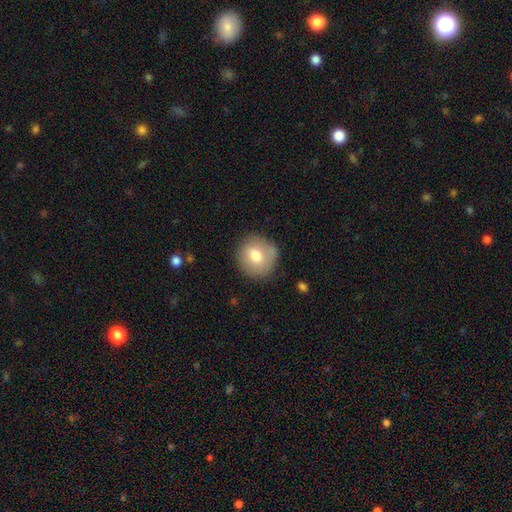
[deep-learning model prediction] Smooth or featured? smooth (75%)
How rounded? round (91%)
Merging? none (82%)